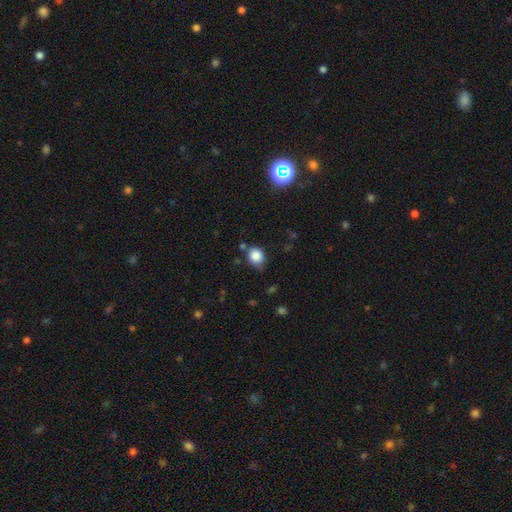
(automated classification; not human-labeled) smooth 85%, star or artifact 10%, featured or disk 5%. Down the decision tree: how rounded — round (63%); merging — none (67%).